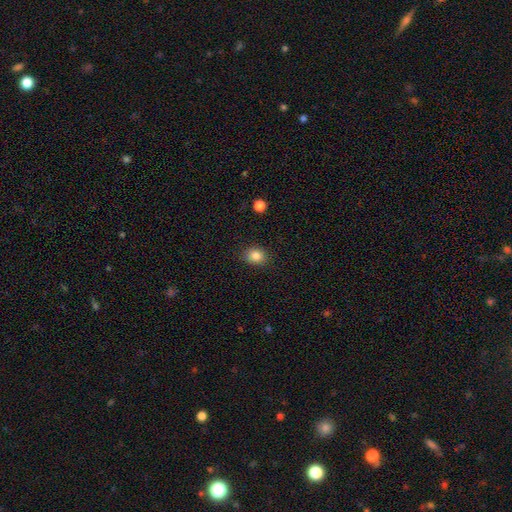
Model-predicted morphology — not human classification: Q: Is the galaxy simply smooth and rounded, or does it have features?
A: smooth — 84%.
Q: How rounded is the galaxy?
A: round — 57%.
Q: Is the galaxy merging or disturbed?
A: none — 87%.